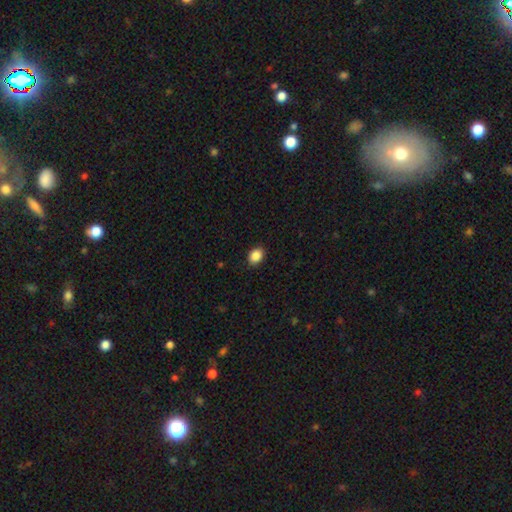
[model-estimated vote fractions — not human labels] Smooth or featured?
  - smooth: 89% *
  - star or artifact: 9%
  - featured or disk: 3%
How rounded?
  - in between: 59% *
  - round: 40%
  - cigar-shaped: 1%
Merging?
  - none: 89% *
  - minor disturbance: 8%
  - major disturbance: 2%
  - merger: 1%